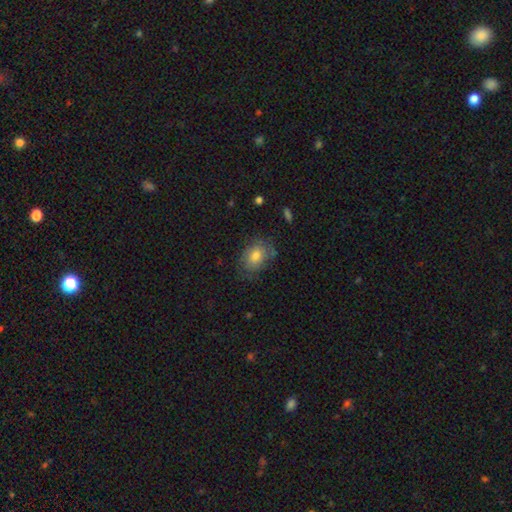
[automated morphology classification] A smooth galaxy with no disk features (76%) that is in between round and cigar-shaped (73%).

Vote fractions:
- Smooth or featured? smooth: 76% / featured or disk: 16% / star or artifact: 9%
- How rounded? in between: 73% / round: 26% / cigar-shaped: 1%
- Merging? none: 69% / minor disturbance: 22% / major disturbance: 7% / merger: 2%